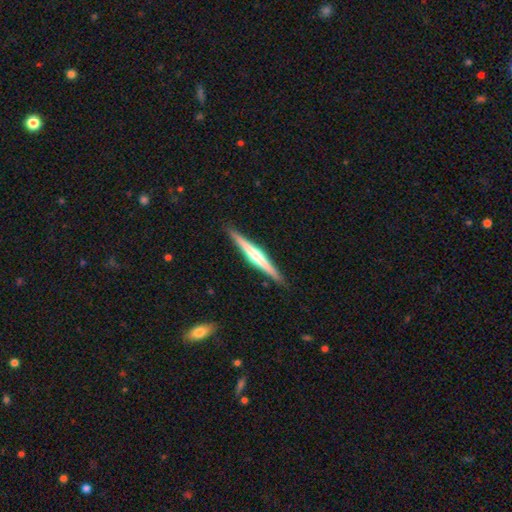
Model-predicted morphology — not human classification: This is likely a featured or disk galaxy (69%). It is clearly viewed edge-on (98%). Edge-on bulge: likely rounded (76%). Merging: clearly none (90%).